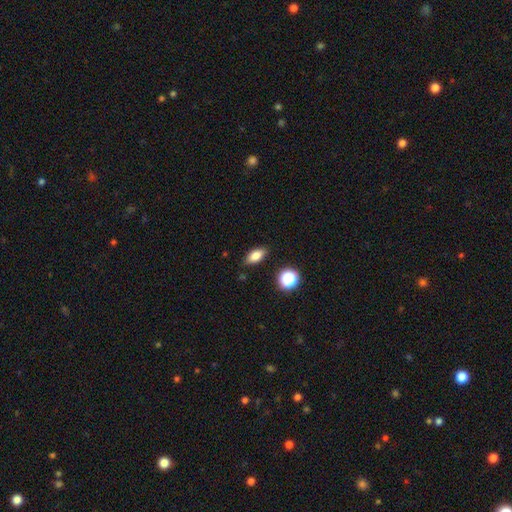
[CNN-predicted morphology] smooth 80%, star or artifact 10%, featured or disk 10%. Down the decision tree: how rounded — in between (81%); merging — none (85%).